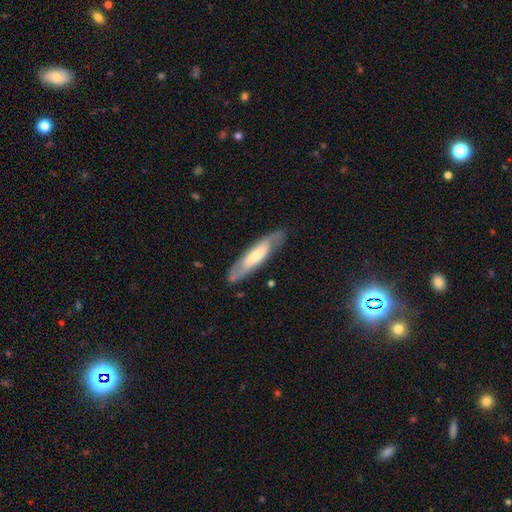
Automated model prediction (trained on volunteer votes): smooth_or_featured: featured or disk (p=0.52) [alt: smooth p=0.43]
disk_edge_on: no (p=0.57) [alt: yes p=0.43]
merging: none (p=0.80) [alt: minor disturbance p=0.14]